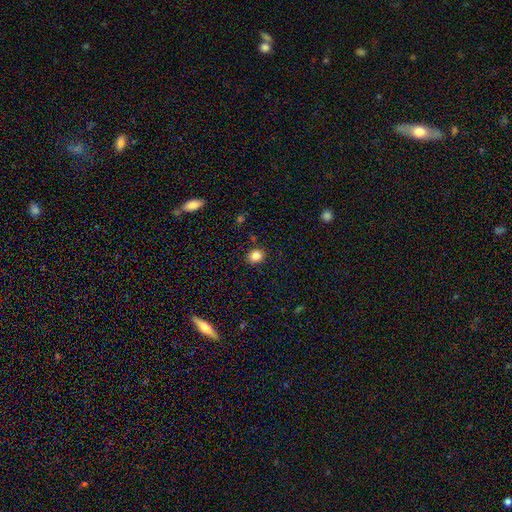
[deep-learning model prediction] This appears to be a smooth galaxy with no disk features (85%) that is round (63%). Merging: none (88%).